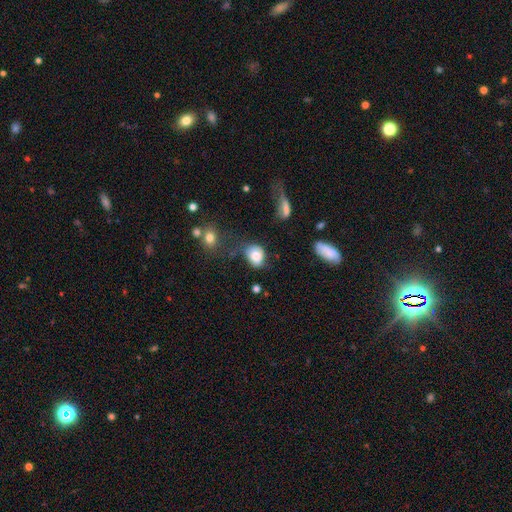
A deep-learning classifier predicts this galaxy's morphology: smooth_or_featured: smooth (p=0.80) [alt: featured or disk p=0.11]
how_rounded: round (p=0.51) [alt: in between p=0.48]
merging: none (p=0.50) [alt: minor disturbance p=0.30]